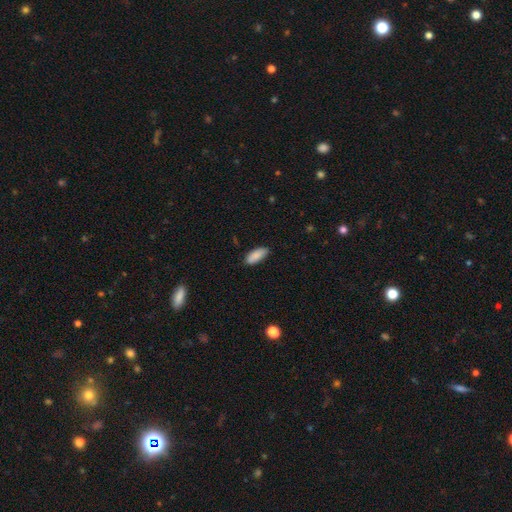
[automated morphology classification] A smooth galaxy with no disk features (89%) that is in between round and cigar-shaped (81%). Merging: none (86%).